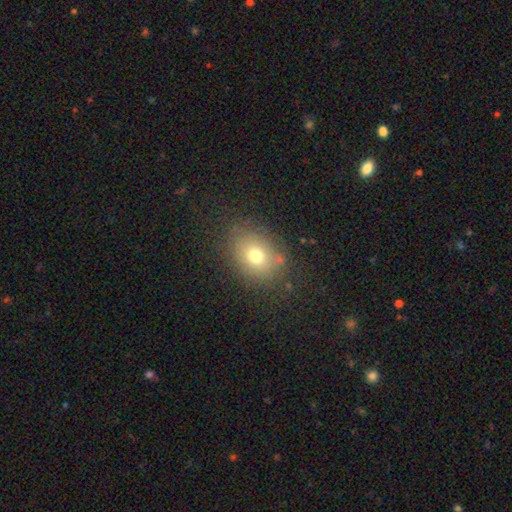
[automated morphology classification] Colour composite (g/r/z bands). It shows a smooth galaxy with no disk features (71%) that is in between round and cigar-shaped (54%). Merging: none (79%).